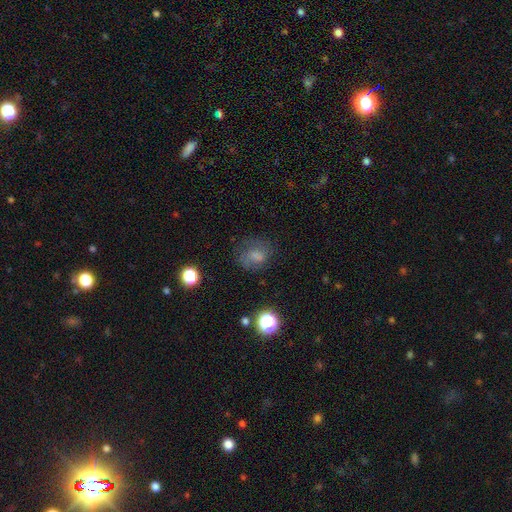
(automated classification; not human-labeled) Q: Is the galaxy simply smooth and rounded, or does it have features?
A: smooth — 61%.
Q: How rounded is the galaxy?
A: in between — 52%.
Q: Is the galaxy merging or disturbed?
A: none — 58%.